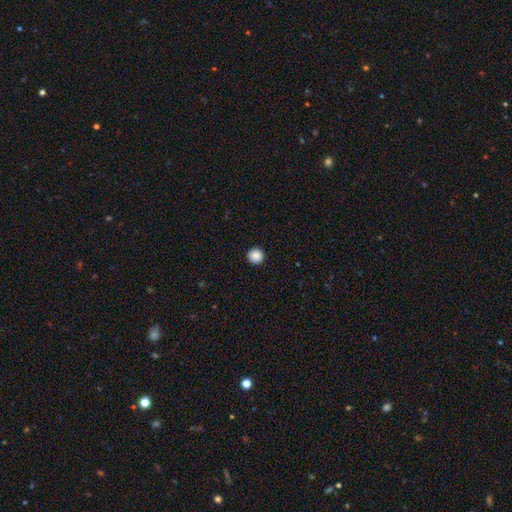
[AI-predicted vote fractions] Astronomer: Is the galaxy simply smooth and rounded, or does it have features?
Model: smooth — 87%.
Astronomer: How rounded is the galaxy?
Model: round — 96%.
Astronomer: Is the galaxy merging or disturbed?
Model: none — 94%.